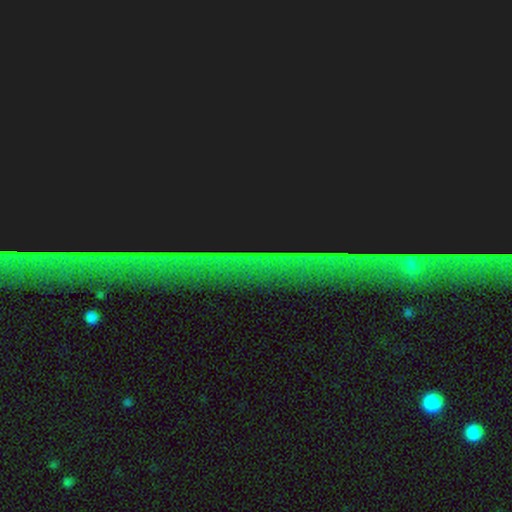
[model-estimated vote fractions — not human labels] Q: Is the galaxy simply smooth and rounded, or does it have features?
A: star or artifact — 80%.